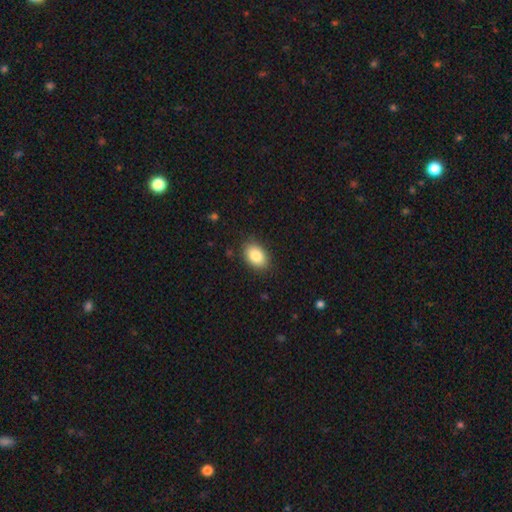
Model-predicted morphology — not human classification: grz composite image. It shows a smooth galaxy with no disk features (87%) that is in between round and cigar-shaped (86%). Merging: none (86%).